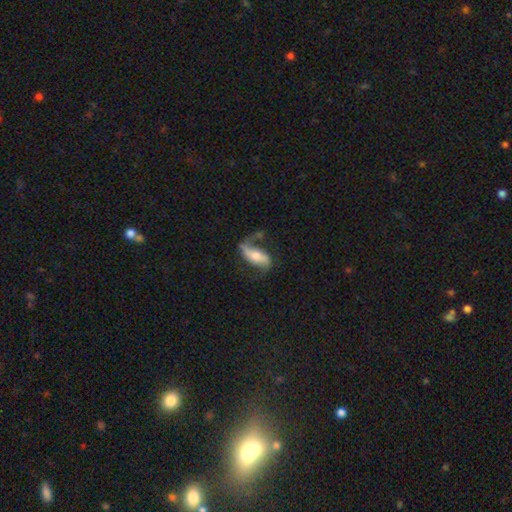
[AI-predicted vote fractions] Smooth or featured? Predicted: featured or disk (p=0.68). Edge-on disk? Predicted: no (p=0.89). Bar? Predicted: no (p=0.39). Spiral arms? Predicted: yes (p=0.87). Spiral winding? Predicted: loose (p=0.73). Spiral arm count? Predicted: 2 (p=0.78). Bulge size? Predicted: moderate (p=0.53). Merging? Predicted: none (p=0.50).